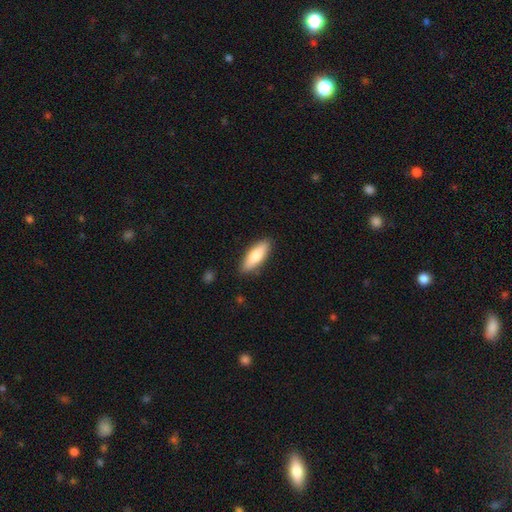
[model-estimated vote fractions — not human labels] smooth 79%, featured or disk 15%, star or artifact 6%. Down the decision tree: how rounded — in between (58%); merging — none (87%).